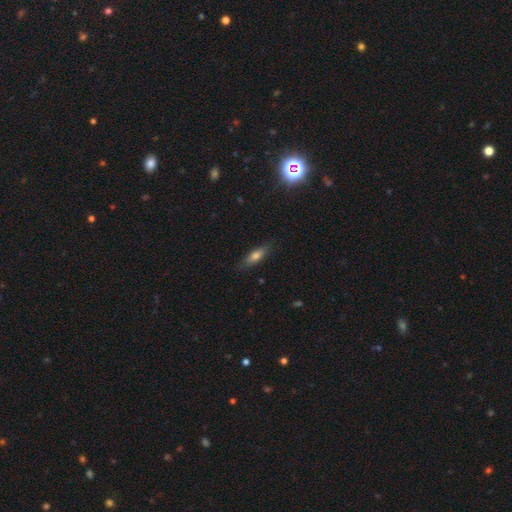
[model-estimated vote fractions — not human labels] The model was most divided on "how rounded": cigar-shaped: 51%, in between: 46%, round: 3%. More confident: merging — none (83%); smooth or featured — smooth (67%).